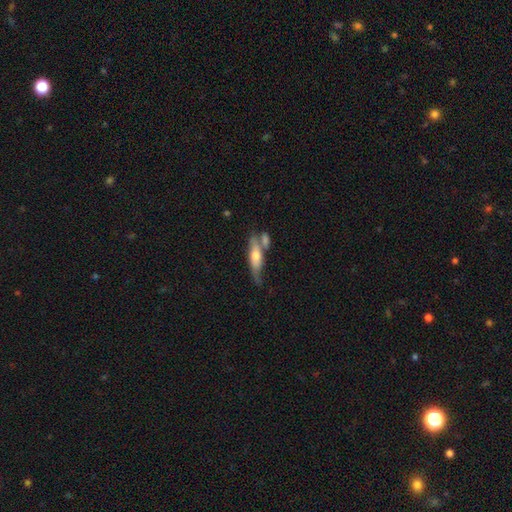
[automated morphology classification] A featured or disk galaxy (49%).

Vote fractions:
- Smooth or featured? featured or disk: 49% / smooth: 45% / star or artifact: 6%
- Merging? none: 44% / merger: 27% / minor disturbance: 20% / major disturbance: 9%